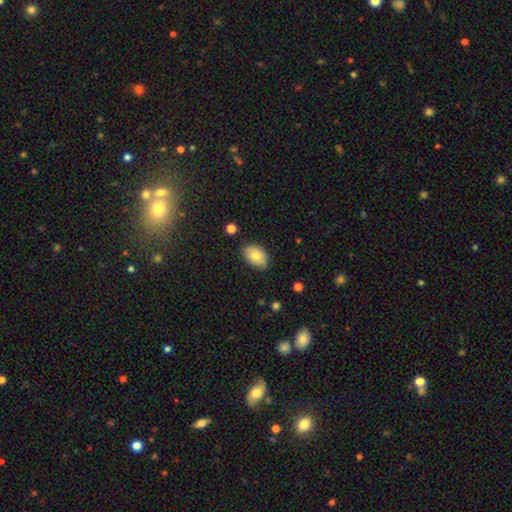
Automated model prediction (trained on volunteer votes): A smooth galaxy with no disk features (78%) that is in between round and cigar-shaped (86%). Merging: none (86%).